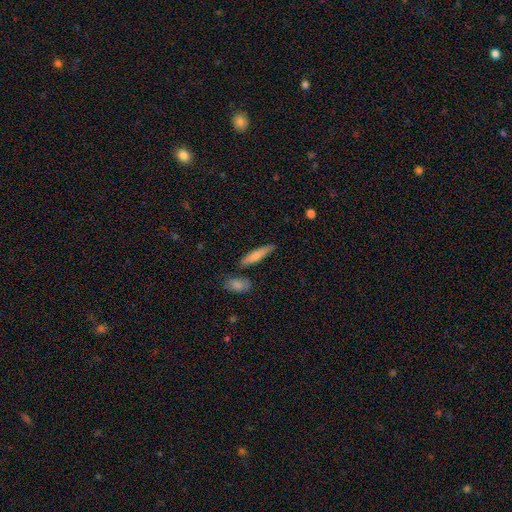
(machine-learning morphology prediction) Smooth or featured? smooth (74%)
How rounded? cigar-shaped (79%)
Merging? none (77%)